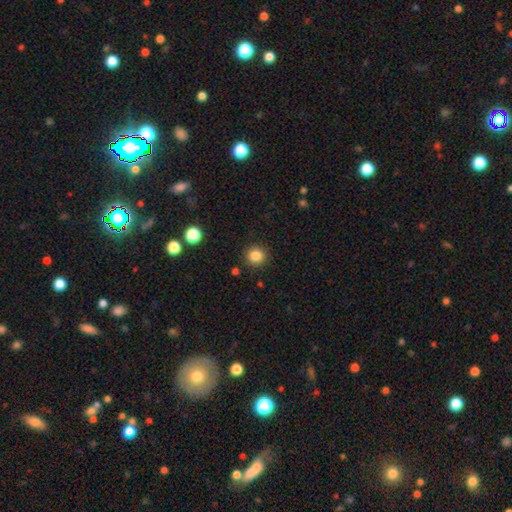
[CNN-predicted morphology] Overall: smooth (84%). How rounded: round (92%). Merging: none (90%).